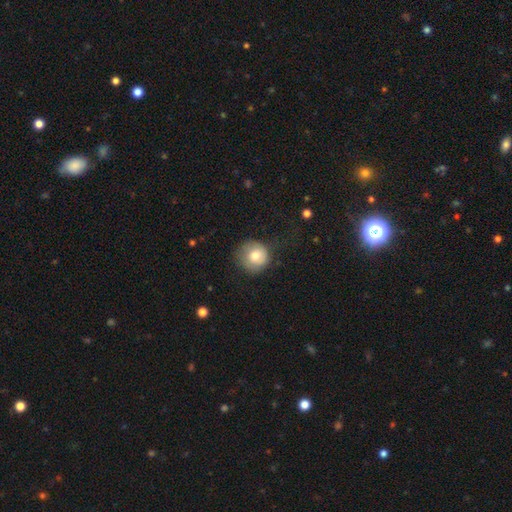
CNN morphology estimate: The model was most divided on "merging": none: 68%, minor disturbance: 22%, major disturbance: 9%, merger: 1%. More confident: how rounded — round (91%); smooth or featured — smooth (76%).